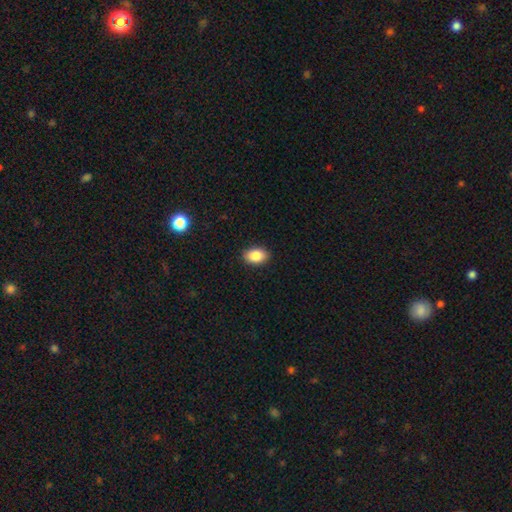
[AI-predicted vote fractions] smooth-or-featured: smooth: 85% | star or artifact: 8% | featured or disk: 6%
  how-rounded: in between: 85% | round: 14% | cigar-shaped: 1%
  merging: none: 89% | minor disturbance: 8% | major disturbance: 2% | merger: 1%